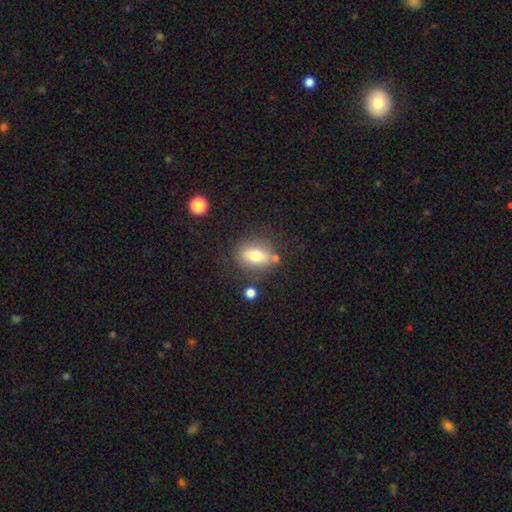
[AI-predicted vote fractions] Smooth or featured? smooth (68%)
How rounded? in between (71%)
Merging? none (76%)